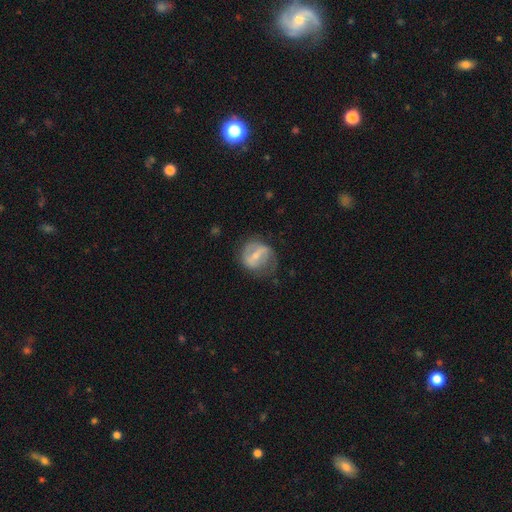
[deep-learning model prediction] This is likely a featured or disk galaxy (65%). It is clearly not viewed edge-on (95%). Bar: possibly strong (49%). Spiral arm pattern: likely yes (66%). Central bulge: possibly small (55%). Merging: possibly none (57%).